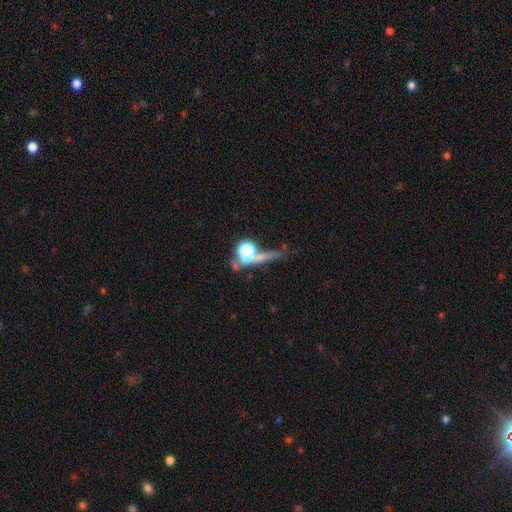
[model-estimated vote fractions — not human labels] This appears to be a smooth galaxy with no disk features (40%). Merging: none (44%).